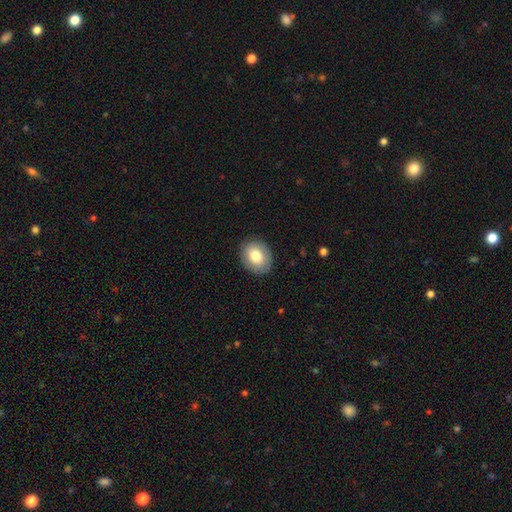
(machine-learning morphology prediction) smooth-or-featured: smooth: 75% | featured or disk: 17% | star or artifact: 8%
  how-rounded: in between: 54% | round: 45% | cigar-shaped: 1%
  merging: none: 87% | minor disturbance: 10% | major disturbance: 3% | merger: 1%